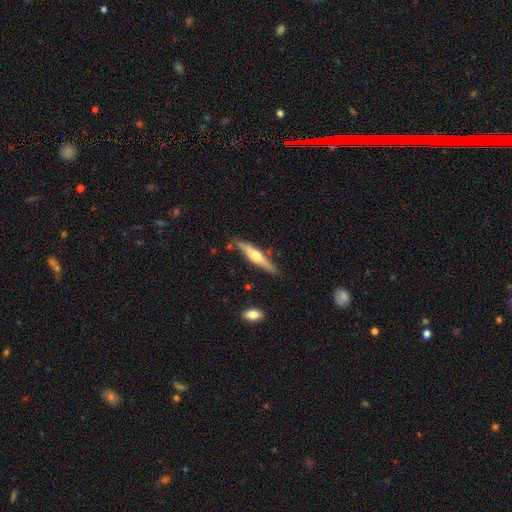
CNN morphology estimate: Smooth or featured? featured or disk (59%)
Edge-on disk? yes (95%)
Edge-on bulge? rounded (89%)
Merging? none (80%)